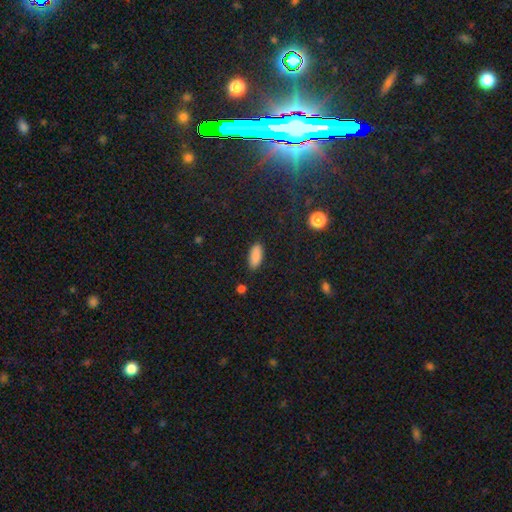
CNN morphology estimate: smooth 88%, star or artifact 8%, featured or disk 4%. Down the decision tree: how rounded — in between (81%); merging — none (87%).